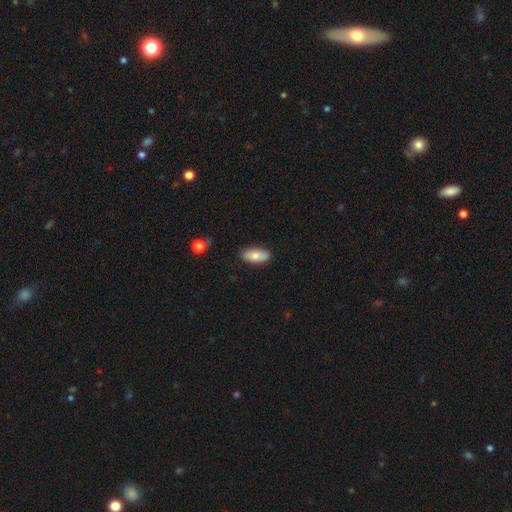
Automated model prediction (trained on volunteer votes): This appears to be a smooth galaxy with no disk features (77%) that is in between round and cigar-shaped (86%). Merging: none (85%).